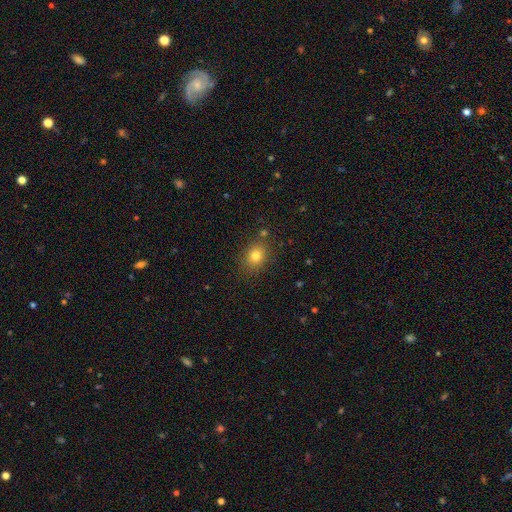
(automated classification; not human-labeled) A smooth galaxy with no disk features (79%) that is round (50%). Merging: none (82%).